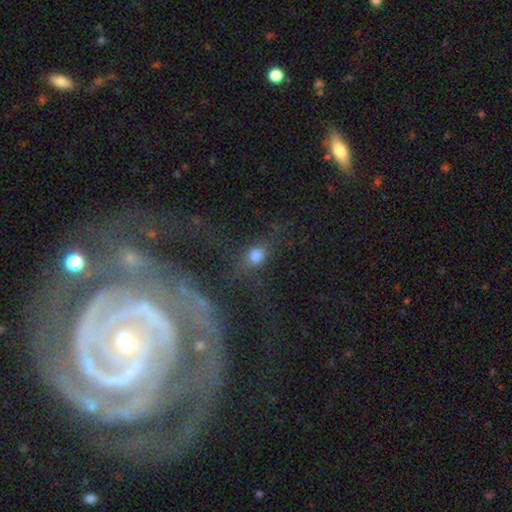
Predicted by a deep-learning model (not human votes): smooth 61%, star or artifact 20%, featured or disk 19%. Down the decision tree: how rounded — round (49%); merging — none (61%).